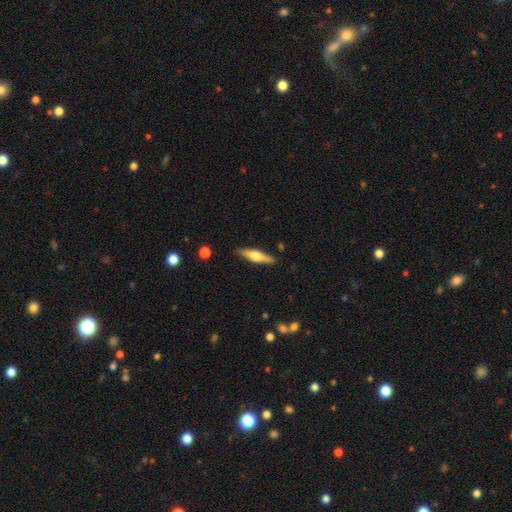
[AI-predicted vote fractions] featured or disk 62%, smooth 32%, star or artifact 5%. Down the decision tree: edge-on disk — yes (96%); edge-on bulge — rounded (91%); merging — none (89%).